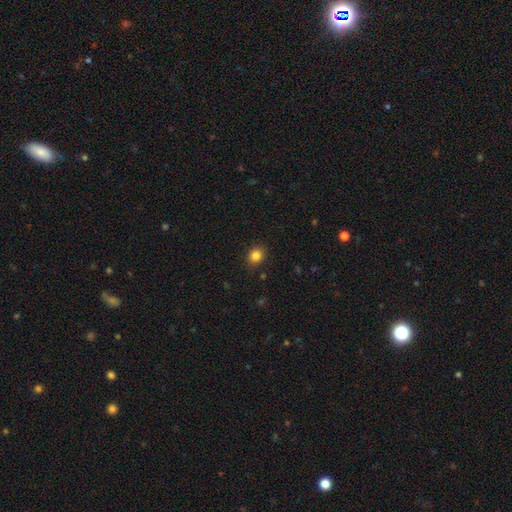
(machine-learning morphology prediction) type=smooth (84%); roundness=round (71%); merging=none (90%).